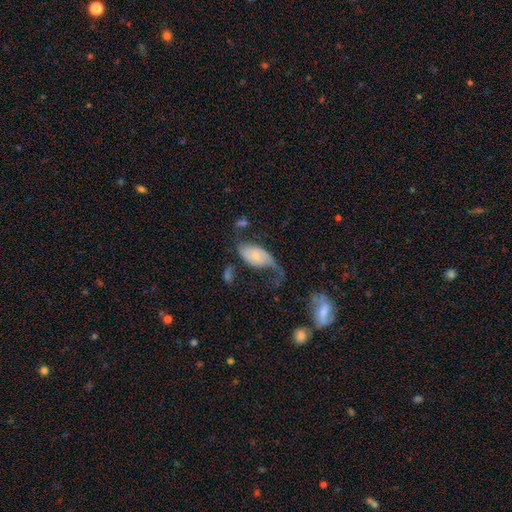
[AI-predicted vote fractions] The model was most divided on "smooth or featured": featured or disk: 49%, smooth: 43%, star or artifact: 7%. Remaining: merging — major disturbance (43%).